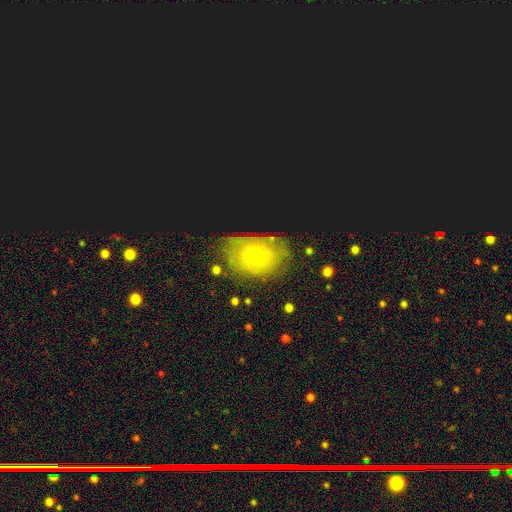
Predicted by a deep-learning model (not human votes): Overall: smooth (45%; featured or disk 36%). Merging: none (71%).